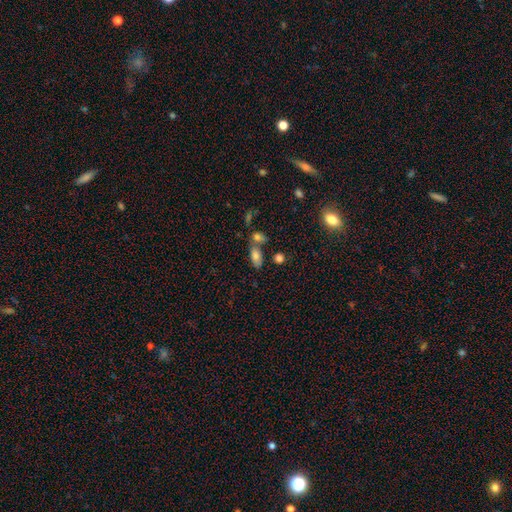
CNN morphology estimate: Smooth or featured: smooth — 78% (featured or disk — 12%)
How rounded: in between — 86% (cigar-shaped — 8%)
Merging: none — 49% (merger — 33%)